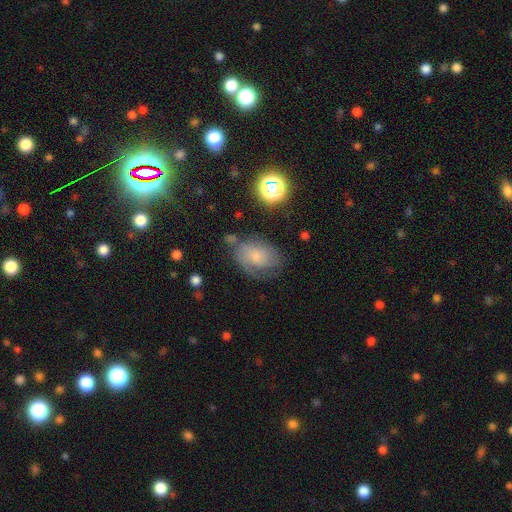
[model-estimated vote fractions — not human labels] smooth-or-featured: smooth: 51% | featured or disk: 37% | star or artifact: 12%
  how-rounded: in between: 75% | round: 24% | cigar-shaped: 1%
  merging: none: 51% | minor disturbance: 28% | major disturbance: 16% | merger: 4%